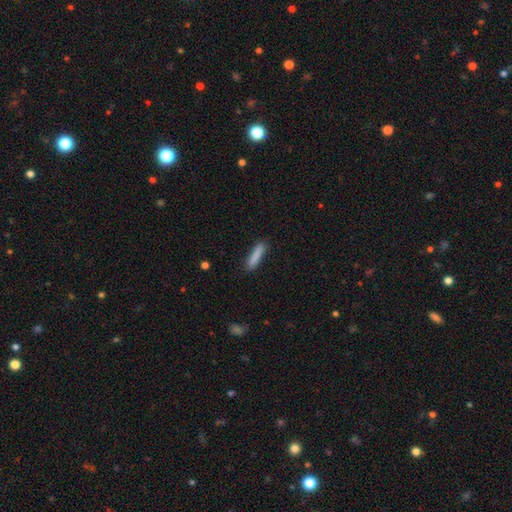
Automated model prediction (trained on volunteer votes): Smooth or featured? Predicted: smooth (p=0.86). How rounded? Predicted: cigar-shaped (p=0.83). Merging? Predicted: none (p=0.85).